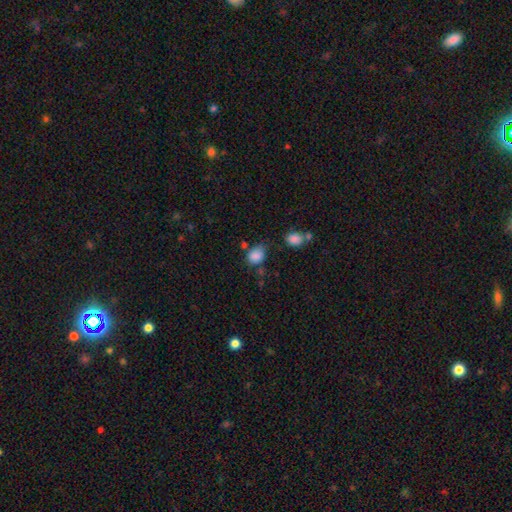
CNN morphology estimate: Overall: smooth (84%). How rounded: in between (55%; round 44%). Merging: none (52%; minor disturbance 30%).